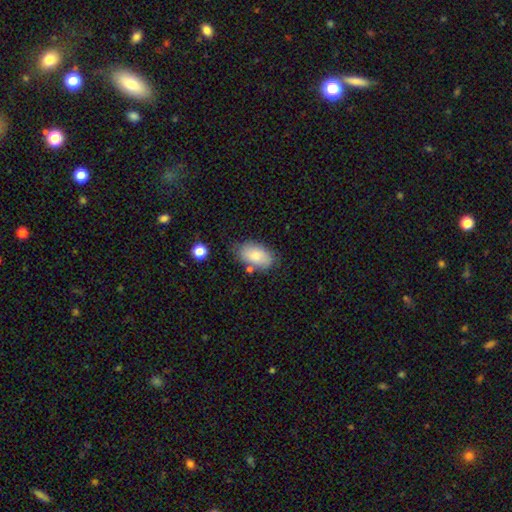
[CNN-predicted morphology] A smooth galaxy with no disk features (80%) that is in between round and cigar-shaped (93%). Merging: none (69%).